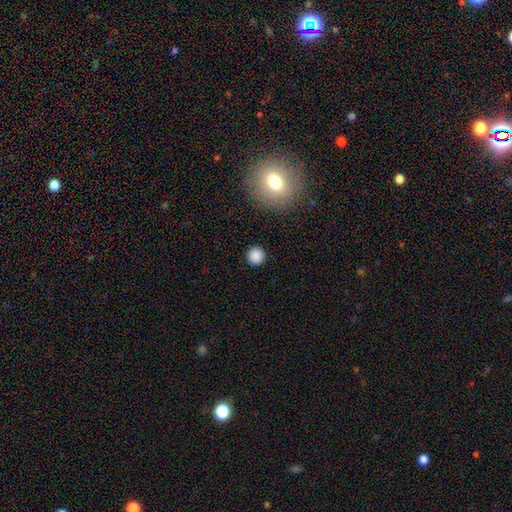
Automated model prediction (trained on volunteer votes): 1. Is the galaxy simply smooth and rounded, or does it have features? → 86% smooth, 10% star or artifact, 3% featured or disk.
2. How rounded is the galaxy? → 95% round, 4% in between, 1% cigar-shaped.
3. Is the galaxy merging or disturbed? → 92% none, 5% minor disturbance, 2% major disturbance, 1% merger.